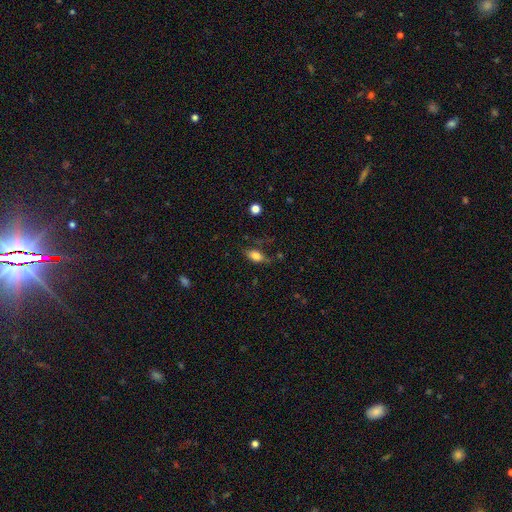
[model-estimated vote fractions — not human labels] Smooth or featured: smooth — 73% (featured or disk — 17%)
How rounded: in between — 80% (cigar-shaped — 12%)
Merging: none — 61% (minor disturbance — 25%)